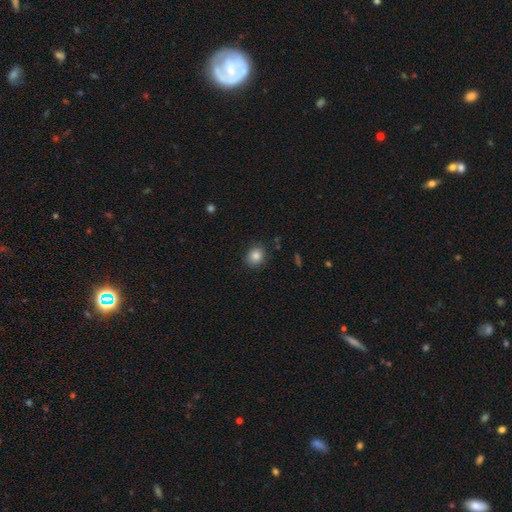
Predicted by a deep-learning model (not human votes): The model was most divided on "how rounded": round: 68%, in between: 31%, cigar-shaped: 1%. More confident: smooth or featured — smooth (84%); merging — none (84%).